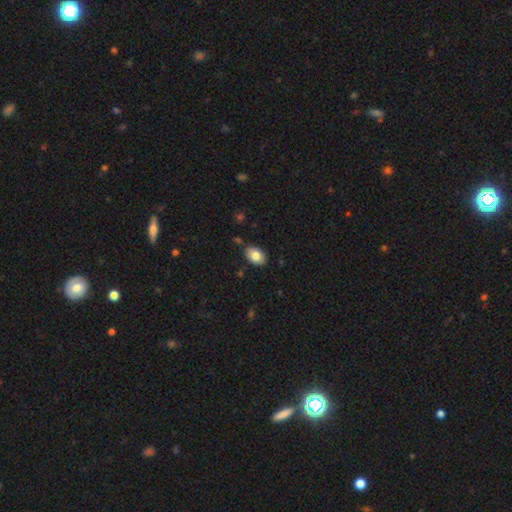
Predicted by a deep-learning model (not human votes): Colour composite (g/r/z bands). It shows a smooth galaxy with no disk features (82%) that is in between round and cigar-shaped (87%). Merging: none (82%).